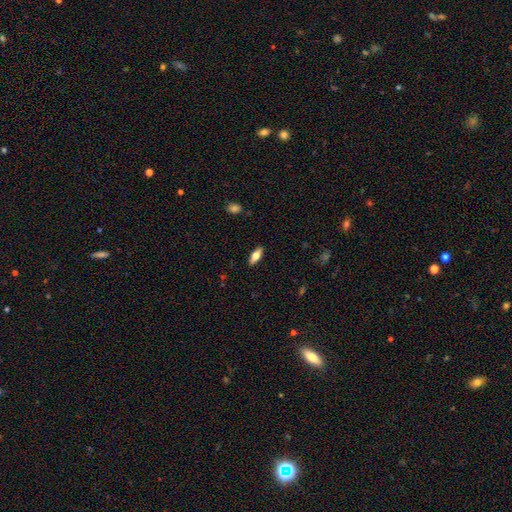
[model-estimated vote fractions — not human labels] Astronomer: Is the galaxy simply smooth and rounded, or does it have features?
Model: smooth — 60%.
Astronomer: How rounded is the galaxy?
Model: in between — 72%.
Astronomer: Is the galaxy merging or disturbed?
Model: none — 89%.